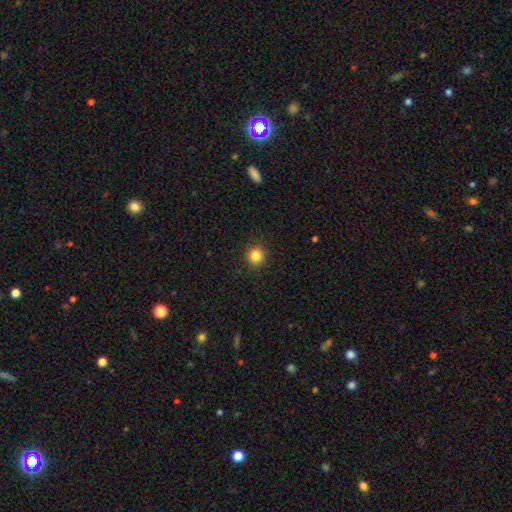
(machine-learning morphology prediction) This appears to be a smooth galaxy with no disk features (84%) that is round (92%). Merging: none (91%).